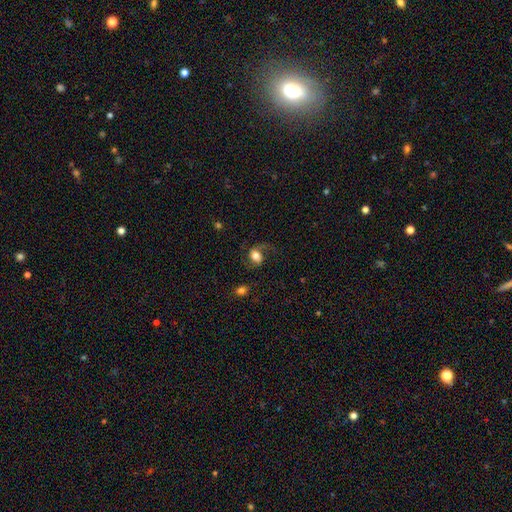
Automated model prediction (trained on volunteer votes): Q: Smooth or featured?
A: featured or disk (52%); runner-up: smooth (39%)
Q: Edge-on disk?
A: no (96%); runner-up: yes (4%)
Q: Bar?
A: no (54%); runner-up: weak (32%)
Q: Spiral arms?
A: yes (88%); runner-up: no (12%)
Q: Bulge size?
A: moderate (44%); runner-up: large (38%)
Q: Merging?
A: none (57%); runner-up: major disturbance (23%)